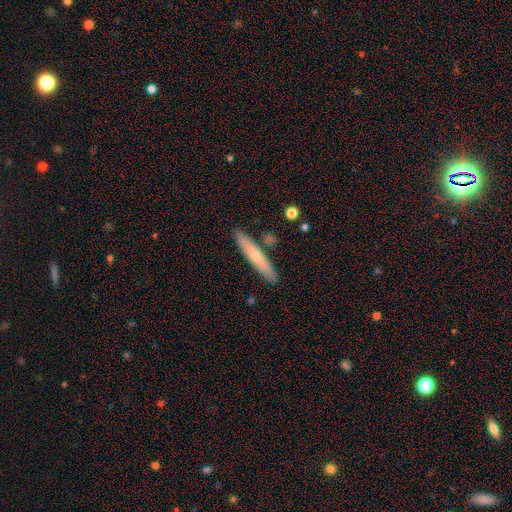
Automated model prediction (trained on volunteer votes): Smooth or featured?
  - smooth: 58% *
  - featured or disk: 36%
  - star or artifact: 6%
How rounded?
  - cigar-shaped: 91% *
  - in between: 8%
  - round: 1%
Merging?
  - none: 86% *
  - minor disturbance: 9%
  - merger: 4%
  - major disturbance: 2%